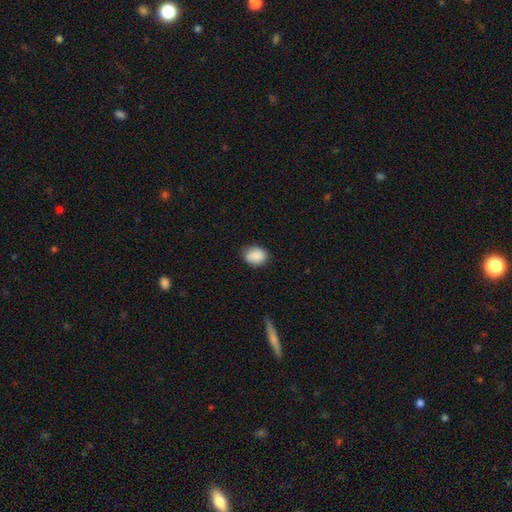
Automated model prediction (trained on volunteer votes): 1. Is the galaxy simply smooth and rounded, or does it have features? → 86% smooth, 7% star or artifact, 7% featured or disk.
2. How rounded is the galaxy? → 65% in between, 34% round, 1% cigar-shaped.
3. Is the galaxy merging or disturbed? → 76% none, 19% minor disturbance, 4% major disturbance, 1% merger.